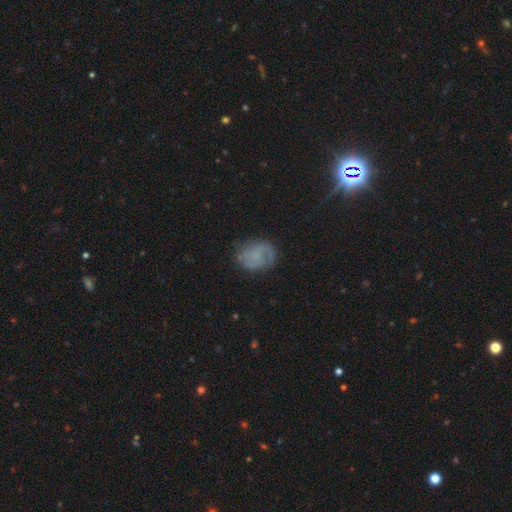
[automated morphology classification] The model was most divided on "smooth or featured": featured or disk: 49%, smooth: 40%, star or artifact: 12%. More confident: merging — none (67%).